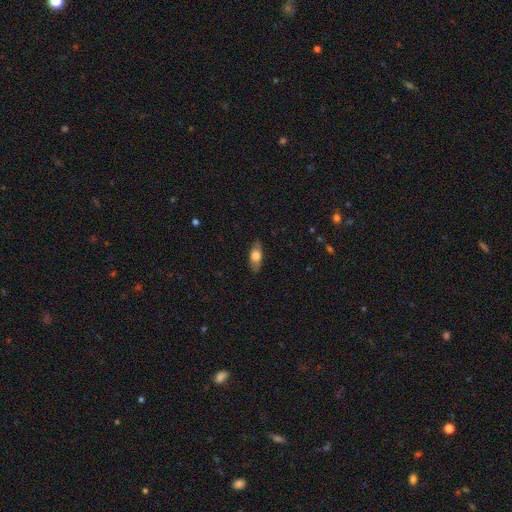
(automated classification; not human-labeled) This is likely a smooth galaxy (66%). How rounded: likely in between (75%). Merging: clearly none (83%).